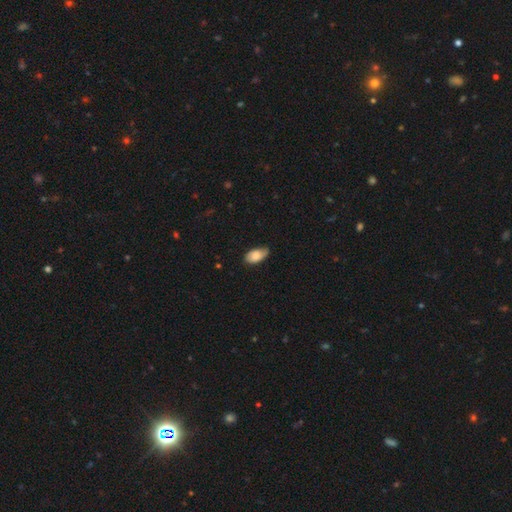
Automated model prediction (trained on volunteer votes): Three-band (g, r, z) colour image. It shows a smooth galaxy with no disk features (80%) that is in between round and cigar-shaped (94%). Merging: none (68%).